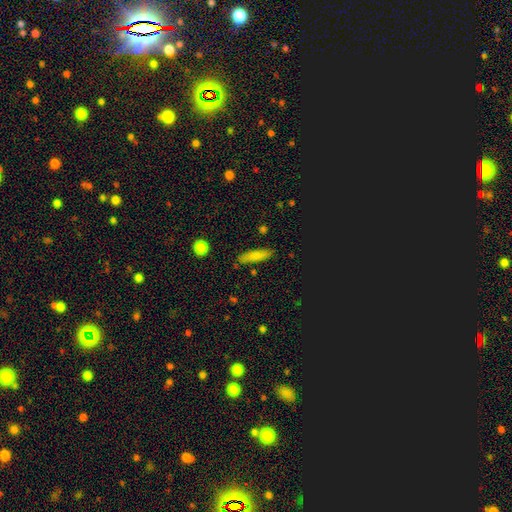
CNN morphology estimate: type=smooth (77%); roundness=cigar-shaped (71%); merging=none (84%).